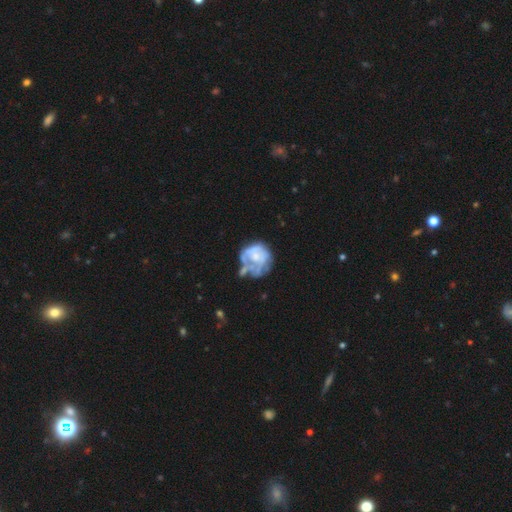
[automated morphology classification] Smooth or featured? featured or disk (62%)
Edge-on disk? no (98%)
Bar? no (88%)
Spiral arms? no (77%)
Bulge size? none (34%)
Merging? none (38%)